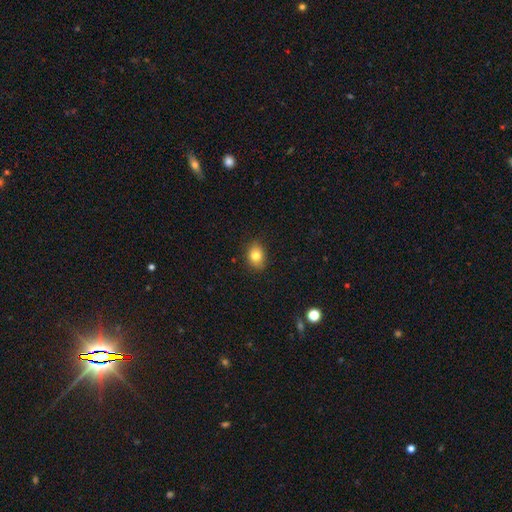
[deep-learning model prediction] The model was most divided on "how rounded": in between: 63%, round: 35%, cigar-shaped: 1%. More confident: merging — none (85%); smooth or featured — smooth (81%).